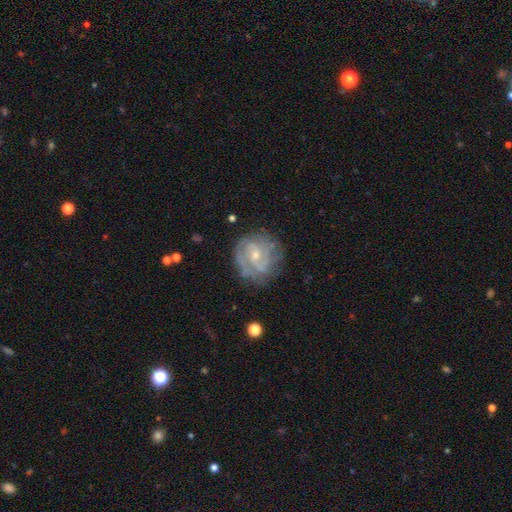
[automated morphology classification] Smooth or featured? Predicted: featured or disk (p=0.77). Edge-on disk? Predicted: no (p=0.98). Bar? Predicted: no (p=0.53). Spiral arms? Predicted: yes (p=0.86). Spiral winding? Predicted: tight (p=0.50). Spiral arm count? Predicted: can't tell (p=0.37). Bulge size? Predicted: small (p=0.64). Merging? Predicted: none (p=0.66).